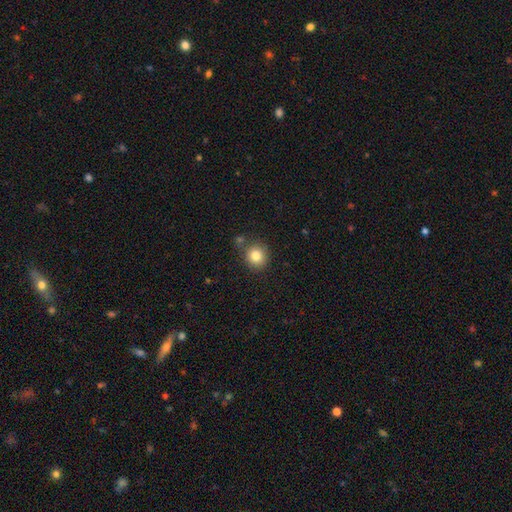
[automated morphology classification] A smooth galaxy with no disk features (82%) that is round (87%). Merging: none (77%).